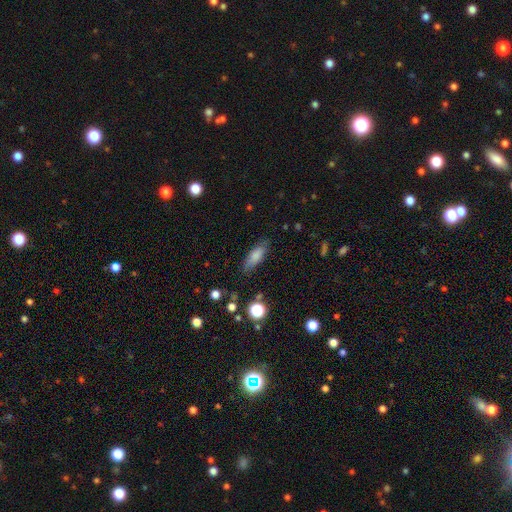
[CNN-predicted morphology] Smooth or featured: smooth — 80% (featured or disk — 12%)
How rounded: in between — 61% (cigar-shaped — 36%)
Merging: none — 79% (minor disturbance — 15%)